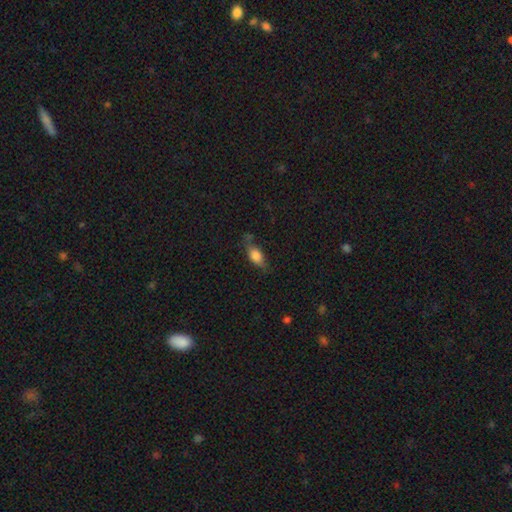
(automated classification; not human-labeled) Smooth or featured: smooth — 75% (featured or disk — 16%)
How rounded: in between — 80% (cigar-shaped — 14%)
Merging: none — 57% (minor disturbance — 29%)